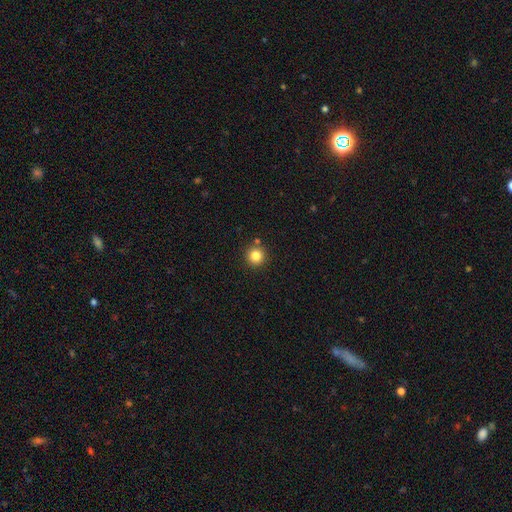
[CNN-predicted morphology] A smooth galaxy with no disk features (83%) that is round (95%). Merging: none (85%).